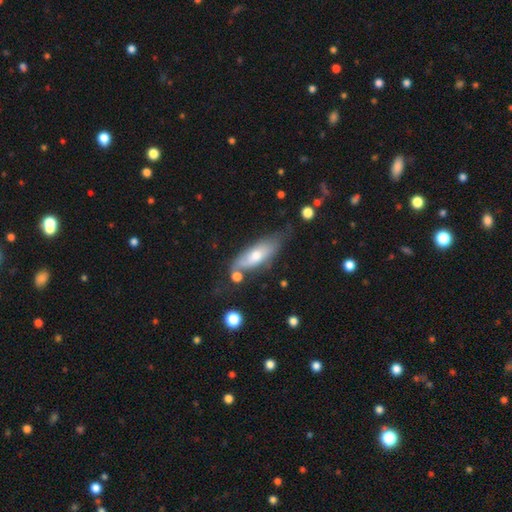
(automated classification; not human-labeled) Smooth or featured? smooth (56%)
How rounded? in between (66%)
Merging? none (53%)